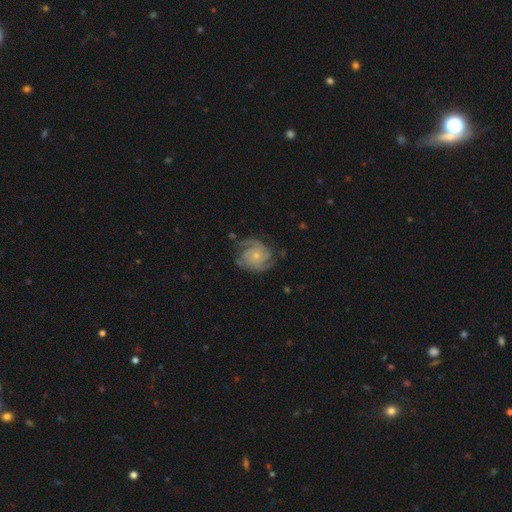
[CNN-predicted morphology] Smooth or featured? Predicted: featured or disk (p=0.88). Edge-on disk? Predicted: no (p=0.98). Bar? Predicted: no (p=0.77). Spiral arms? Predicted: yes (p=0.97). Spiral winding? Predicted: tight (p=0.51). Spiral arm count? Predicted: 3 (p=0.37). Bulge size? Predicted: small (p=0.69). Merging? Predicted: none (p=0.71).